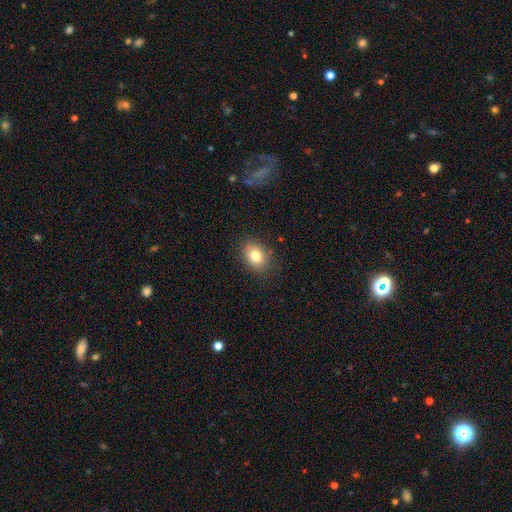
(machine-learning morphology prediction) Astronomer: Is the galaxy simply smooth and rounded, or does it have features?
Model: smooth — 80%.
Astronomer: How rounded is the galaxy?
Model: in between — 56% (runner-up: round, 43%).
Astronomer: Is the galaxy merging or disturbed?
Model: none — 85%.